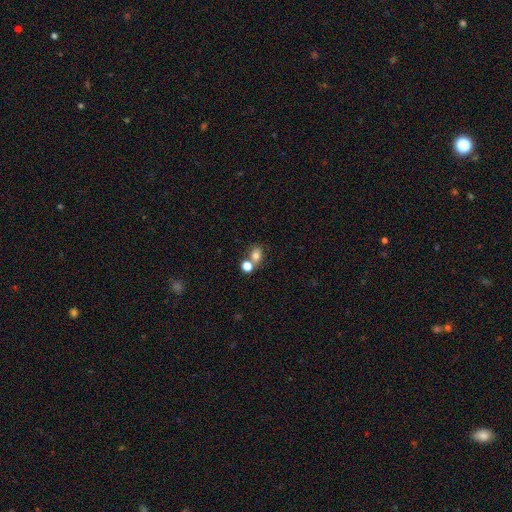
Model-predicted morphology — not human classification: smooth_or_featured: smooth (p=0.77) [alt: star or artifact p=0.13]
how_rounded: in between (p=0.52) [alt: round p=0.47]
merging: none (p=0.46) [alt: merger p=0.40]